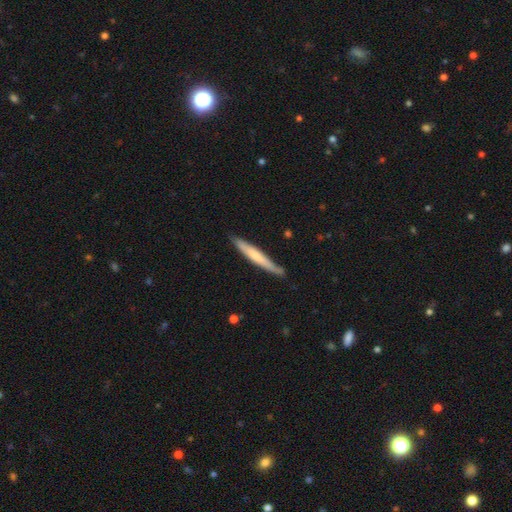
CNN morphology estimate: Q: Smooth or featured?
A: smooth (58%); runner-up: featured or disk (37%)
Q: How rounded?
A: cigar-shaped (95%); runner-up: in between (3%)
Q: Merging?
A: none (80%); runner-up: minor disturbance (15%)